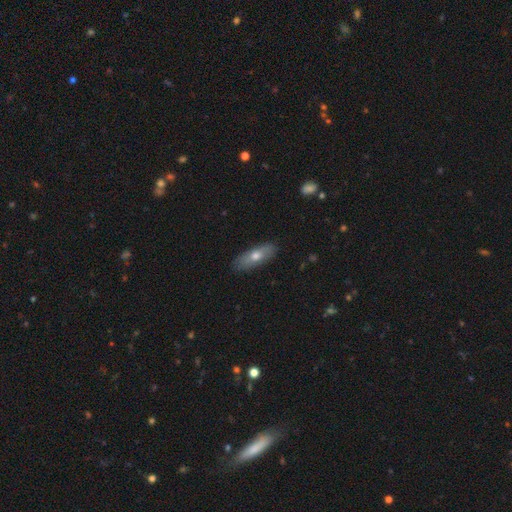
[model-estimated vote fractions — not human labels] This appears to be a smooth galaxy with no disk features (61%) that is in between round and cigar-shaped (55%). Merging: none (87%).